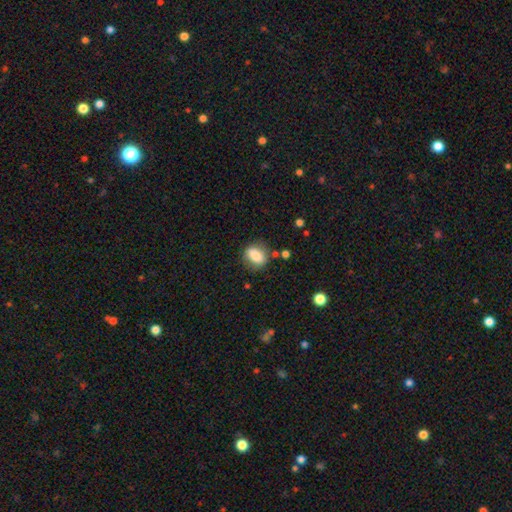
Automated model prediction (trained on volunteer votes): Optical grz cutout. It shows a smooth galaxy with no disk features (78%) that is in between round and cigar-shaped (62%). Merging: none (73%).